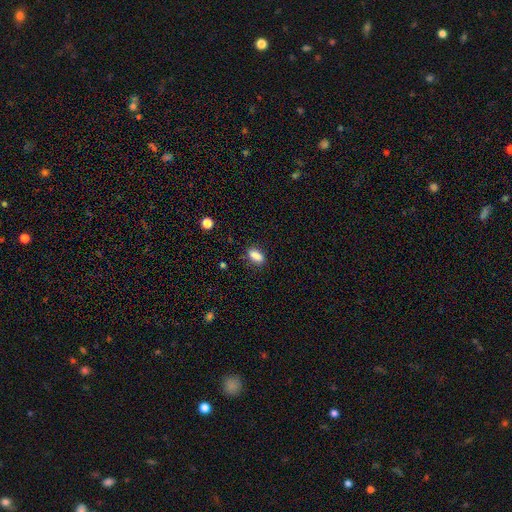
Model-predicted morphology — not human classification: smooth 87%, star or artifact 9%, featured or disk 5%. Down the decision tree: how rounded — in between (82%); merging — none (82%).